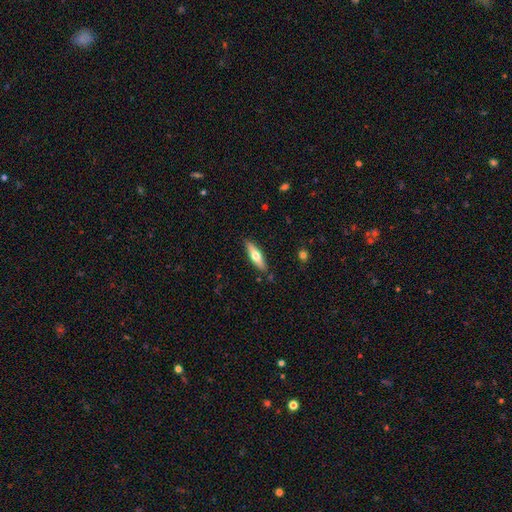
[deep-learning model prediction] Smooth or featured? smooth (48%)
Merging? none (87%)